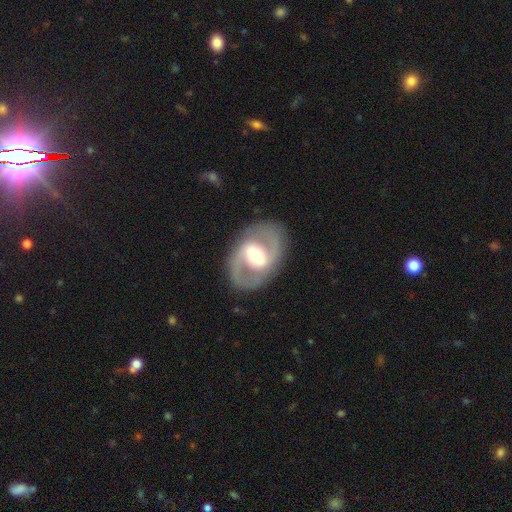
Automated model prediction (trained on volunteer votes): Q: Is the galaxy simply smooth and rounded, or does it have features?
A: featured or disk — 81%.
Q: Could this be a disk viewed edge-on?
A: no — 96%.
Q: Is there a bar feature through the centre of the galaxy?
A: strong — 44%.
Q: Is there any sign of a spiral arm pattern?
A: yes — 79%.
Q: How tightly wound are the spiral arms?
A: medium — 53%.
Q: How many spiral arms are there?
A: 2 — 90%.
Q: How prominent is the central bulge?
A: moderate — 60%.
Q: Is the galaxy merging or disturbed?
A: none — 84%.